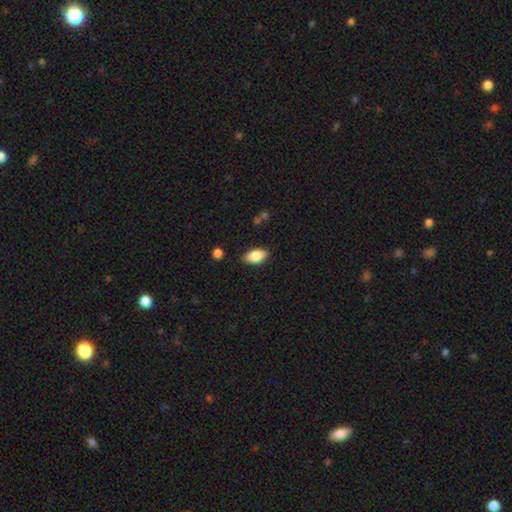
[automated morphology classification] Smooth or featured? smooth (84%)
How rounded? in between (91%)
Merging? none (83%)